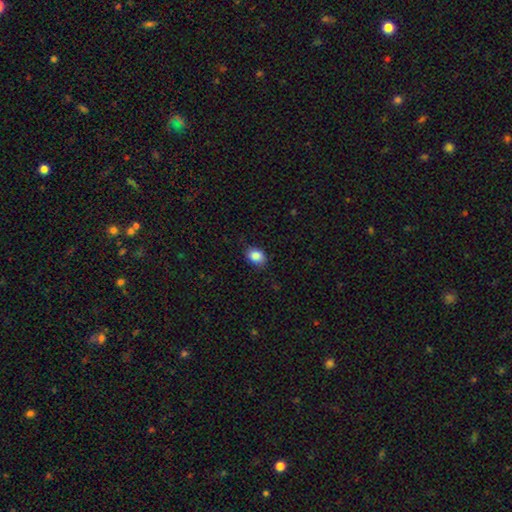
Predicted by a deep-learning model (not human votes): Overall: smooth (86%). How rounded: in between (65%; round 34%). Merging: none (82%).